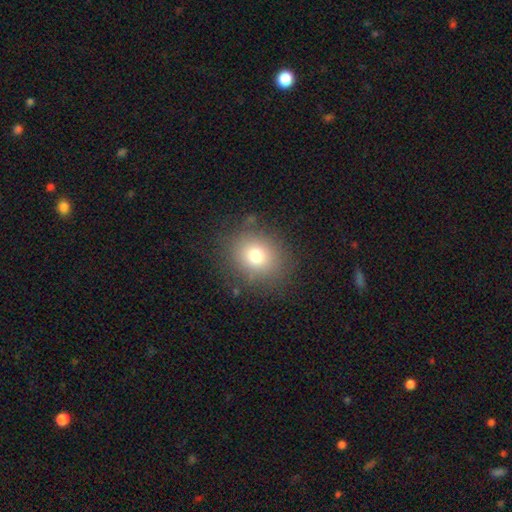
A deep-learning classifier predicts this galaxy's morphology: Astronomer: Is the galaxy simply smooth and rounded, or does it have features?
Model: smooth — 75%.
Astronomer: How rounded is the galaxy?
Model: round — 73%.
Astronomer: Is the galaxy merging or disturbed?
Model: none — 82%.